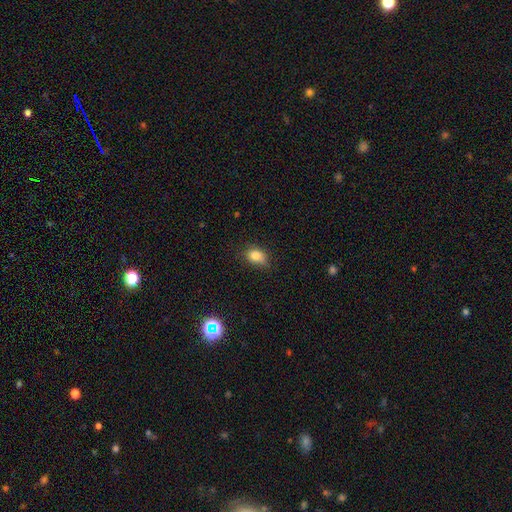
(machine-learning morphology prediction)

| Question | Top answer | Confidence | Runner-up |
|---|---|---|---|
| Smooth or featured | smooth | 82% | star or artifact (11%) |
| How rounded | in between | 67% | round (31%) |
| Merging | none | 69% | minor disturbance (25%) |